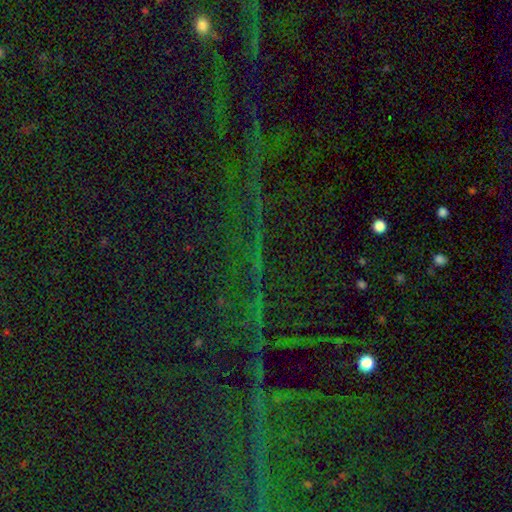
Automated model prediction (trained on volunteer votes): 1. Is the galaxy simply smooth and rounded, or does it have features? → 83% star or artifact, 9% featured or disk, 8% smooth.